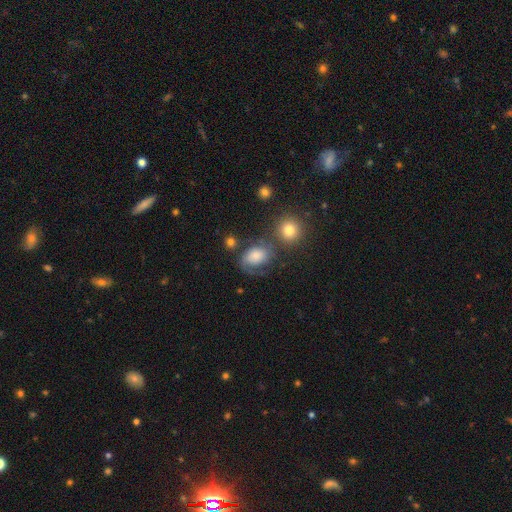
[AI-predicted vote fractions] smooth_or_featured: smooth (p=0.54) [alt: featured or disk p=0.34]
how_rounded: in between (p=0.68) [alt: round p=0.30]
merging: none (p=0.45) [alt: minor disturbance p=0.24]